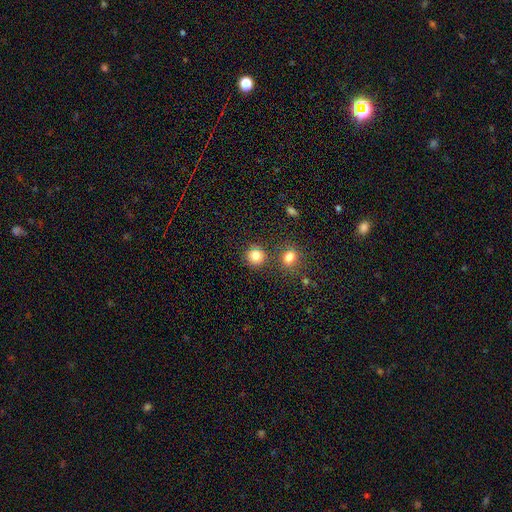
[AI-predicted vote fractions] Q: Smooth or featured?
A: smooth (81%); runner-up: star or artifact (13%)
Q: How rounded?
A: round (91%); runner-up: in between (8%)
Q: Merging?
A: none (79%); runner-up: merger (9%)